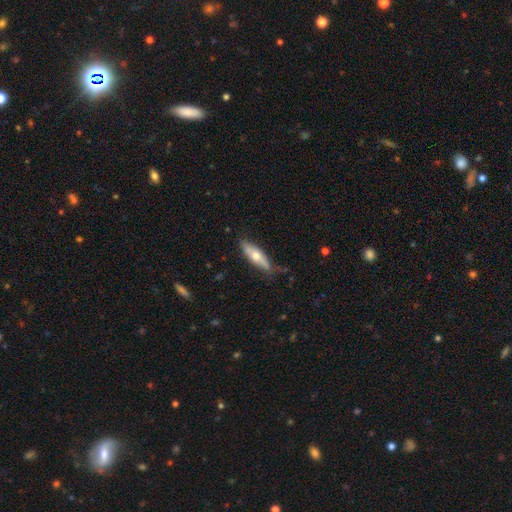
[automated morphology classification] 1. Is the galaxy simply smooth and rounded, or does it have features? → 54% smooth, 41% featured or disk, 5% star or artifact.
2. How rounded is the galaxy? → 59% cigar-shaped, 39% in between, 2% round.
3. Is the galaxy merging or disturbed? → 74% none, 20% minor disturbance, 4% major disturbance, 2% merger.